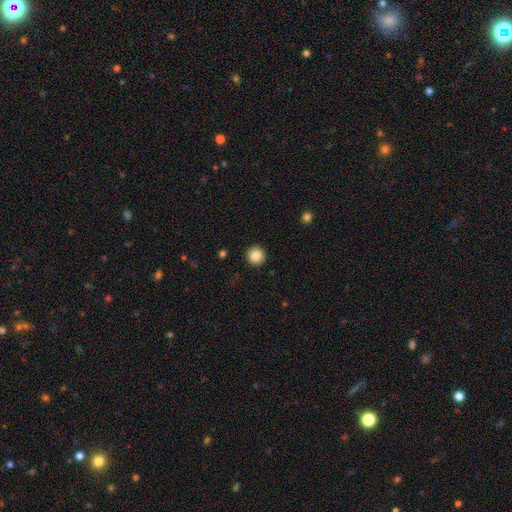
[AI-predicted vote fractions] Q: Smooth or featured?
A: smooth (86%); runner-up: star or artifact (9%)
Q: How rounded?
A: round (95%); runner-up: in between (4%)
Q: Merging?
A: none (92%); runner-up: minor disturbance (5%)